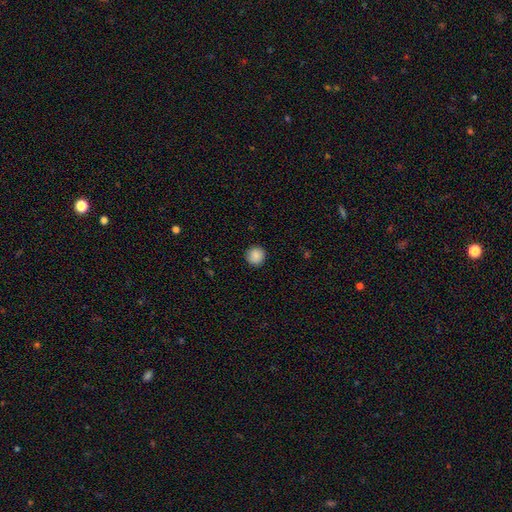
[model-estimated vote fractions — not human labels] Smooth or featured: smooth — 88% (star or artifact — 8%)
How rounded: round — 95% (in between — 4%)
Merging: none — 92% (minor disturbance — 6%)